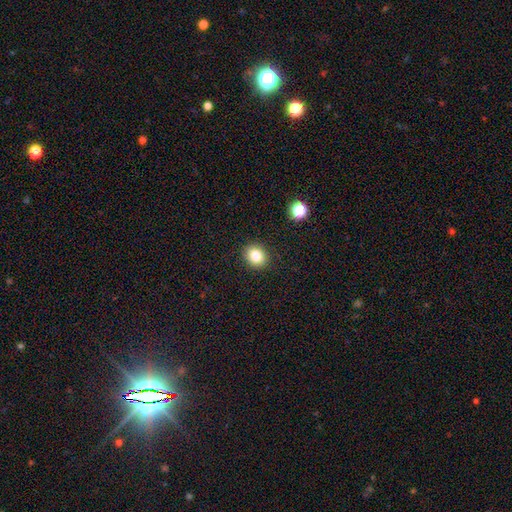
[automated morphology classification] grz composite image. It shows a smooth galaxy with no disk features (82%) that is round (69%). Merging: none (90%).